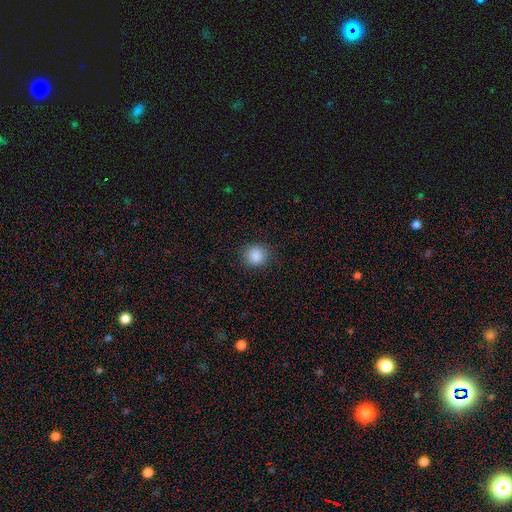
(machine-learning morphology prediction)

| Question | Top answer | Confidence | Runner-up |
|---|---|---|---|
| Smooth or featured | smooth | 87% | star or artifact (9%) |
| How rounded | round | 87% | in between (12%) |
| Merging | none | 87% | minor disturbance (9%) |